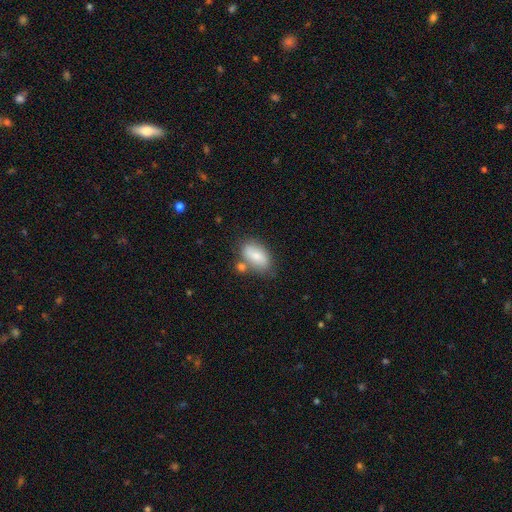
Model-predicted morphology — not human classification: A smooth galaxy with no disk features (78%) that is in between round and cigar-shaped (91%). Merging: none (62%).